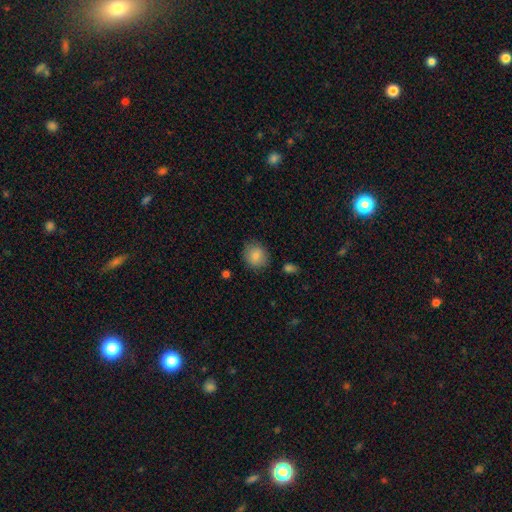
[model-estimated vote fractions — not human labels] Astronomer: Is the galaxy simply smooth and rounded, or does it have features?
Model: smooth — 85%.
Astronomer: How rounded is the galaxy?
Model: round — 83%.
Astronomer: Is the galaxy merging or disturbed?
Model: none — 83%.